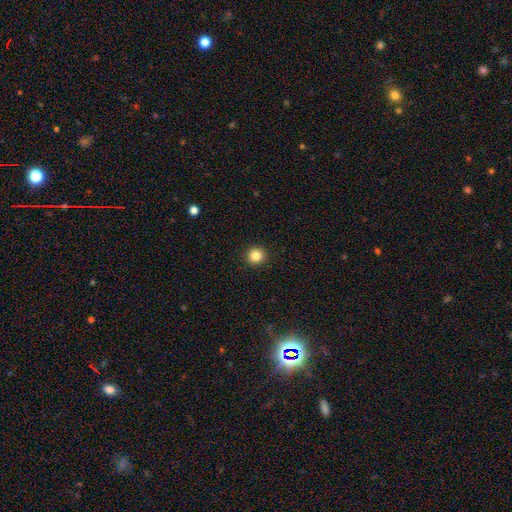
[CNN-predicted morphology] A smooth galaxy with no disk features (84%) that is round (93%).

Vote fractions:
- Smooth or featured? smooth: 84% / star or artifact: 11% / featured or disk: 5%
- How rounded? round: 93% / in between: 6% / cigar-shaped: 1%
- Merging? none: 93% / minor disturbance: 4% / major disturbance: 2% / merger: 1%